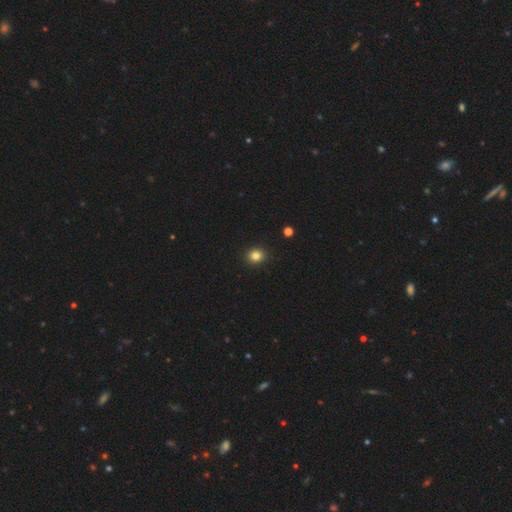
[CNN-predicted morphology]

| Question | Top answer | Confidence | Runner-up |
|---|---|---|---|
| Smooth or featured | smooth | 83% | star or artifact (12%) |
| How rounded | round | 78% | in between (21%) |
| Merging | none | 92% | minor disturbance (5%) |